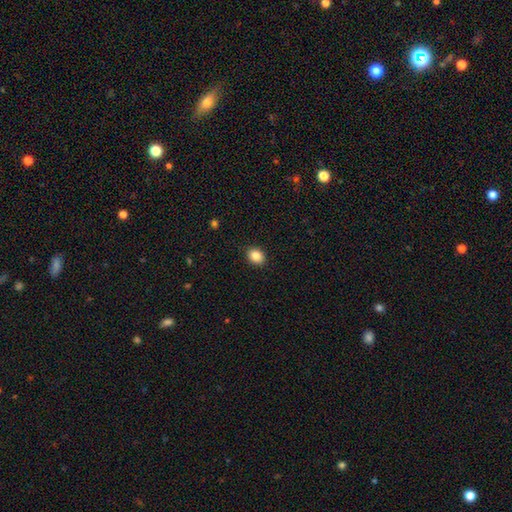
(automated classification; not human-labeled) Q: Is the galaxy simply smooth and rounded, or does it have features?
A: smooth — 87%.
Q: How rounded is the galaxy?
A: in between — 55%.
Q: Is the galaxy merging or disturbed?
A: none — 90%.